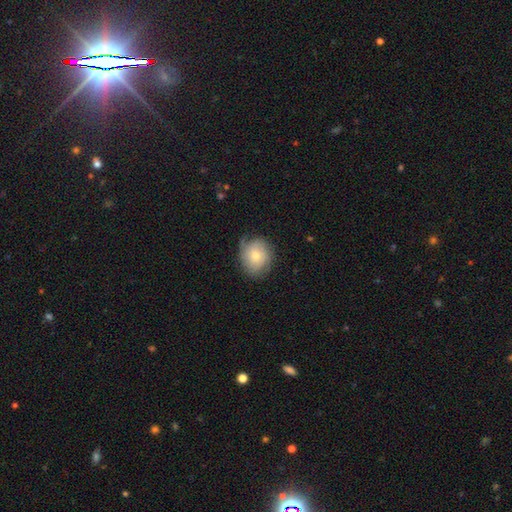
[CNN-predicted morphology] Smooth or featured? Predicted: smooth (p=0.50). Merging? Predicted: none (p=0.68).